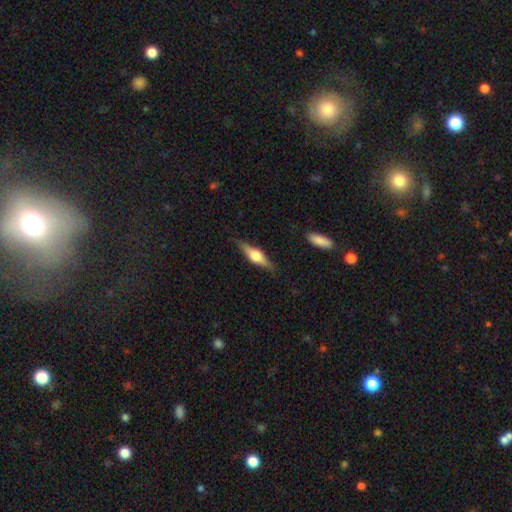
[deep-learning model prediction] Smooth or featured: featured or disk — 66% (smooth — 28%)
Edge-on disk: yes — 96% (no — 4%)
Edge-on bulge: rounded — 90% (boxy — 8%)
Merging: none — 85% (minor disturbance — 11%)